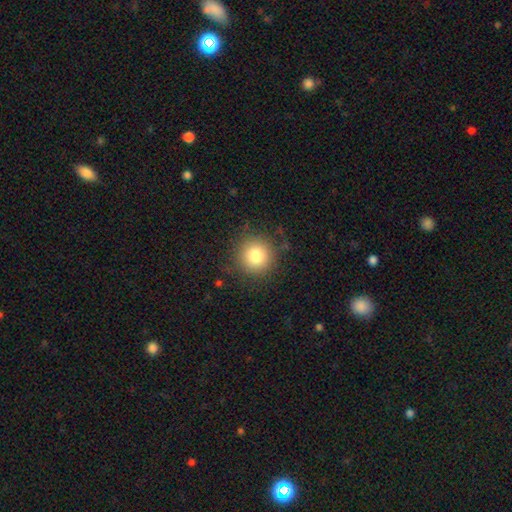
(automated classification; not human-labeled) A smooth galaxy with no disk features (81%) that is round (94%).

Vote fractions:
- Smooth or featured? smooth: 81% / star or artifact: 11% / featured or disk: 8%
- How rounded? round: 94% / in between: 5% / cigar-shaped: 1%
- Merging? none: 85% / minor disturbance: 10% / major disturbance: 4% / merger: 1%